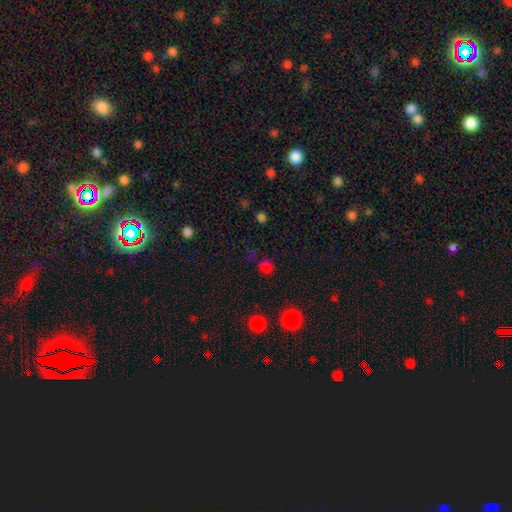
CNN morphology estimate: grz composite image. It shows a star or artifact, not a galaxy (54%).